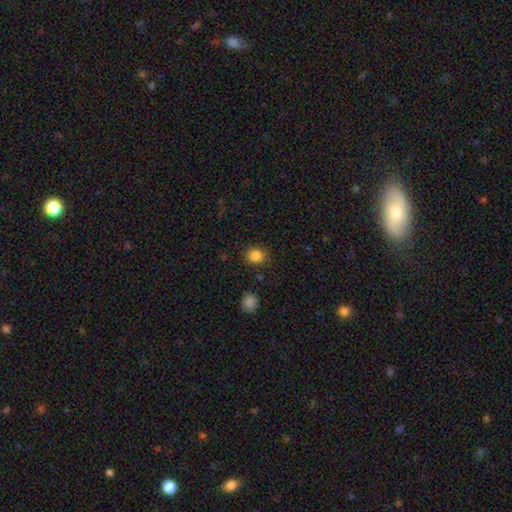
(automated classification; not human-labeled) The model was most divided on "how rounded": round: 76%, in between: 24%, cigar-shaped: 1%. More confident: smooth or featured — smooth (86%); merging — none (85%).